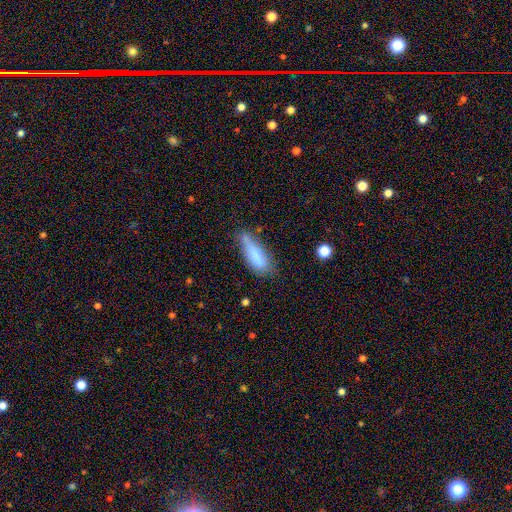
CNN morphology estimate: A smooth galaxy with no disk features (75%) that is in between round and cigar-shaped (49%, tied with cigar-shaped). Merging: none (46%).